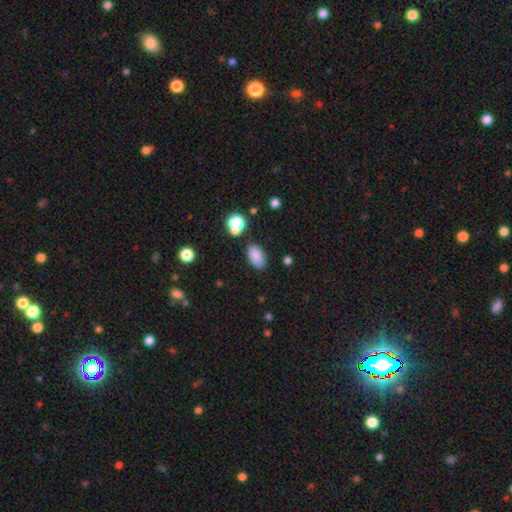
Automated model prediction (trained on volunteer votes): This appears to be a smooth galaxy with no disk features (84%) that is in between round and cigar-shaped (91%). Merging: none (80%).